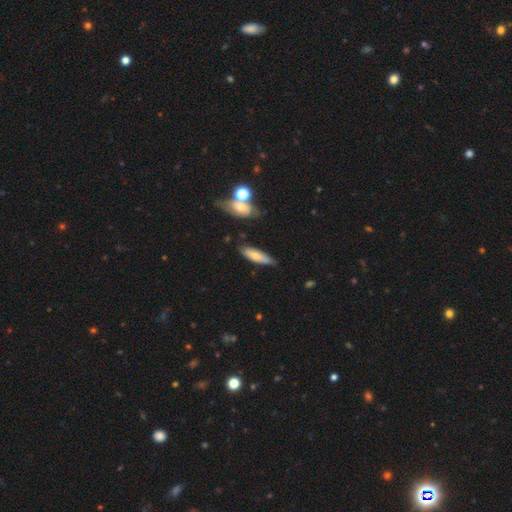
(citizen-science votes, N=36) Smooth or featured? smooth (58%)
How rounded? cigar-shaped (62%)
Merging? none (76%)